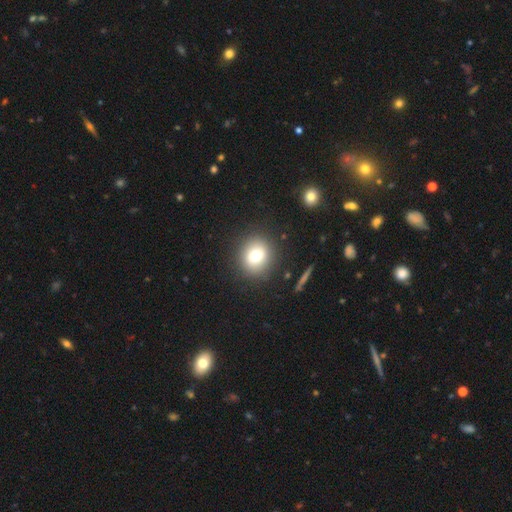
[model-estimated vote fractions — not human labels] A smooth galaxy with no disk features (73%) that is round (81%).

Vote fractions:
- Smooth or featured? smooth: 73% / featured or disk: 14% / star or artifact: 13%
- How rounded? round: 81% / in between: 18% / cigar-shaped: 1%
- Merging? none: 88% / minor disturbance: 8% / major disturbance: 3% / merger: 2%